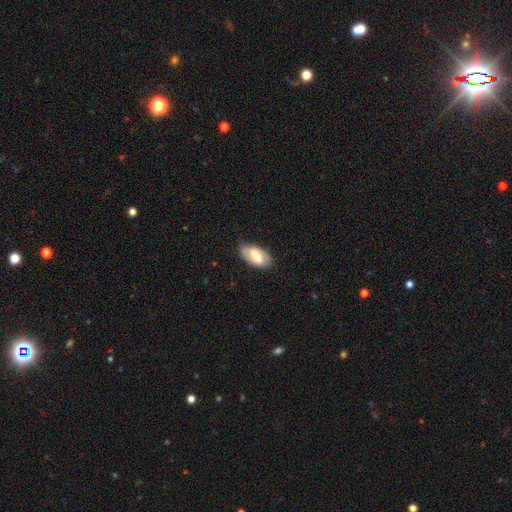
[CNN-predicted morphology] A smooth galaxy with no disk features (52%) that is in between round and cigar-shaped (92%). Merging: none (75%).